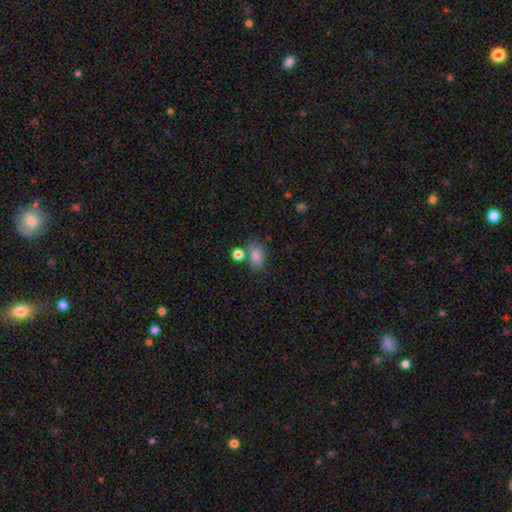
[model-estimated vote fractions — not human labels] Morphology: type=smooth (83%); roundness=in between (80%); merging=none (63%).